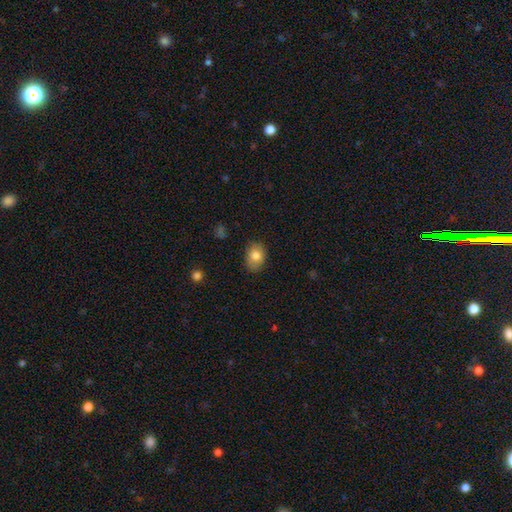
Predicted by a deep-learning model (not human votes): Q: Smooth or featured?
A: smooth (81%); runner-up: featured or disk (10%)
Q: How rounded?
A: in between (71%); runner-up: round (27%)
Q: Merging?
A: none (84%); runner-up: minor disturbance (13%)